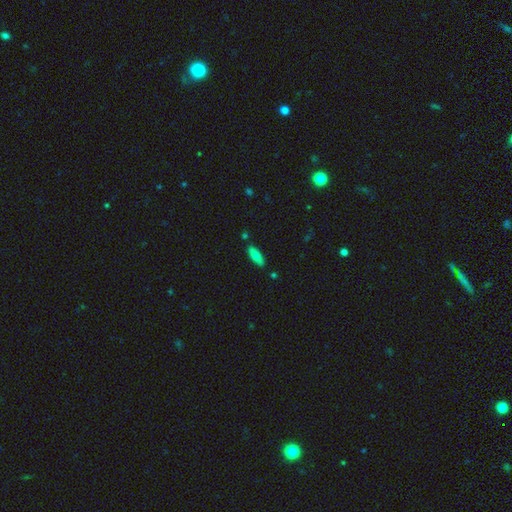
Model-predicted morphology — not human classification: Overall: smooth (73%). How rounded: in between (64%; cigar-shaped 34%). Merging: none (84%).